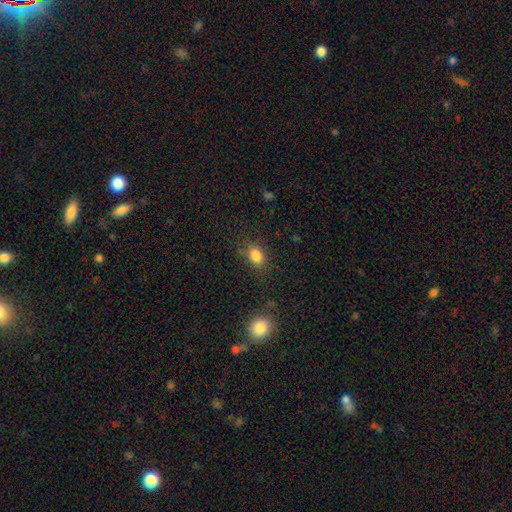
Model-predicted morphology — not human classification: This appears to be a smooth galaxy with no disk features (83%) that is in between round and cigar-shaped (71%). Merging: none (77%).